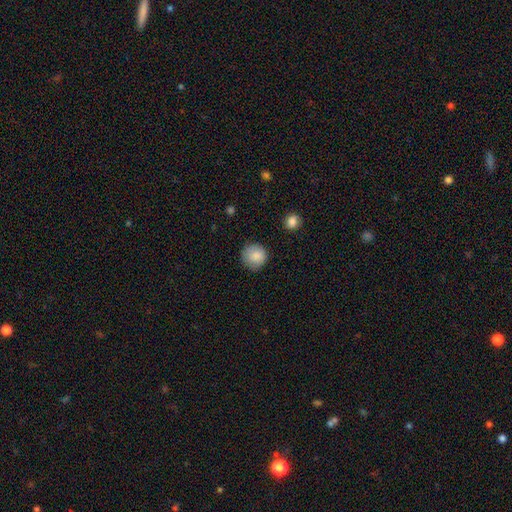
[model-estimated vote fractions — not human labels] A smooth galaxy with no disk features (86%) that is round (92%).

Vote fractions:
- Smooth or featured? smooth: 86% / star or artifact: 8% / featured or disk: 6%
- How rounded? round: 92% / in between: 7% / cigar-shaped: 1%
- Merging? none: 83% / minor disturbance: 13% / major disturbance: 3% / merger: 1%